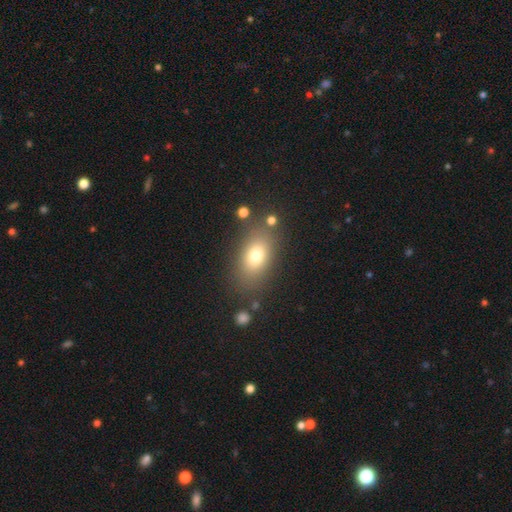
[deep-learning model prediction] Smooth or featured? smooth (75%)
How rounded? in between (81%)
Merging? none (78%)